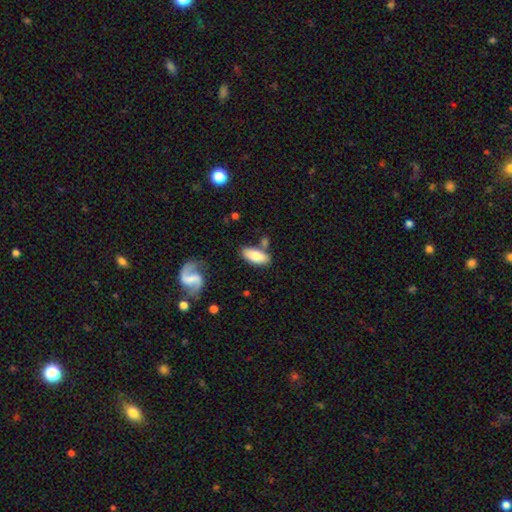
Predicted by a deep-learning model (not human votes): smooth_or_featured: smooth (p=0.77) [alt: featured or disk p=0.17]
how_rounded: in between (p=0.87) [alt: cigar-shaped p=0.10]
merging: none (p=0.72) [alt: minor disturbance p=0.14]